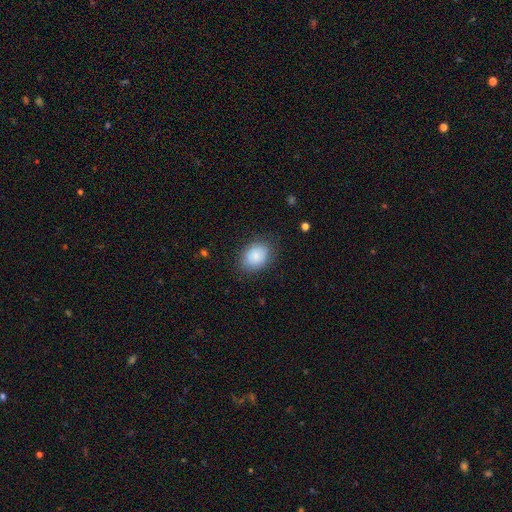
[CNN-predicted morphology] Smooth or featured?
  - smooth: 84% *
  - featured or disk: 9%
  - star or artifact: 7%
How rounded?
  - in between: 66% *
  - round: 33%
  - cigar-shaped: 1%
Merging?
  - none: 81% *
  - minor disturbance: 14%
  - major disturbance: 4%
  - merger: 1%